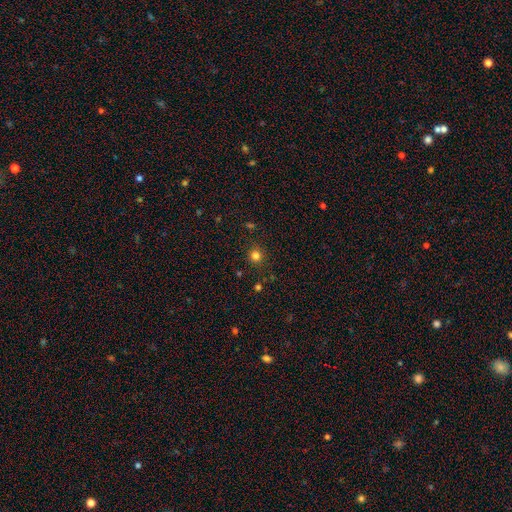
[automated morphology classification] A smooth galaxy with no disk features (80%) that is round (92%). Merging: none (89%).